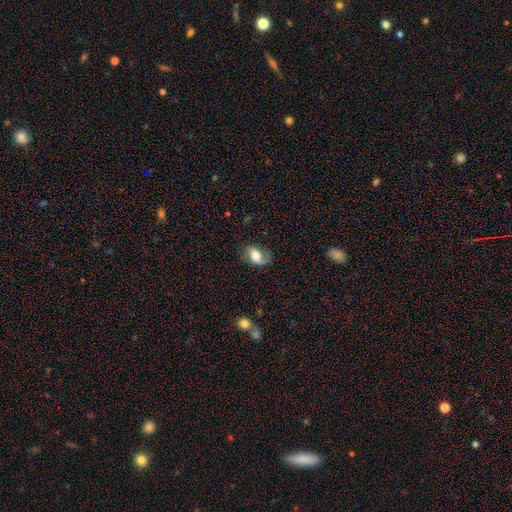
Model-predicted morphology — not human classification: smooth_or_featured: smooth (p=0.53) [alt: featured or disk p=0.39]
how_rounded: in between (p=0.84) [alt: round p=0.14]
merging: none (p=0.56) [alt: minor disturbance p=0.27]